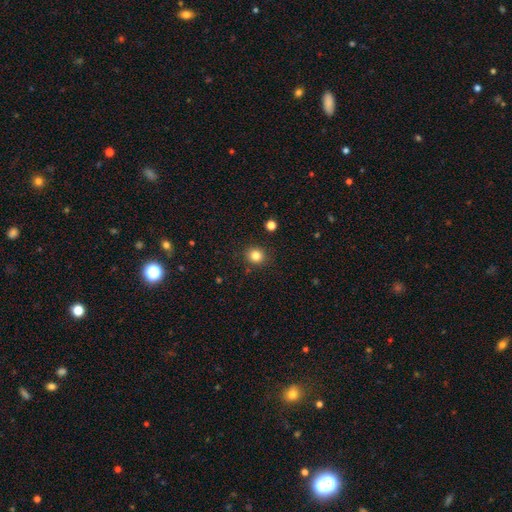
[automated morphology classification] A smooth galaxy with no disk features (83%) that is round (86%). Merging: none (89%).